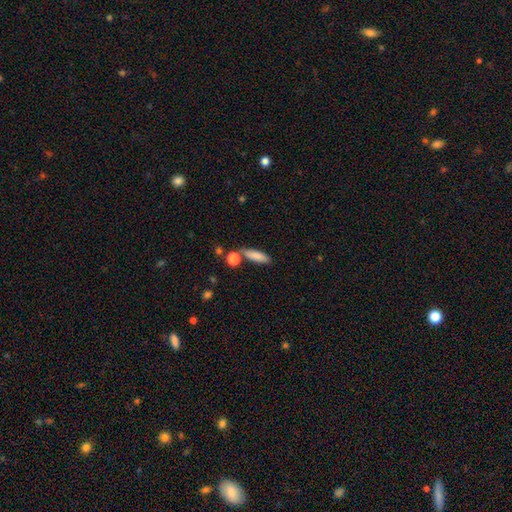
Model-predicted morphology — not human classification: This appears to be a smooth galaxy with no disk features (84%) that is cigar-shaped (53%). Merging: none (70%).